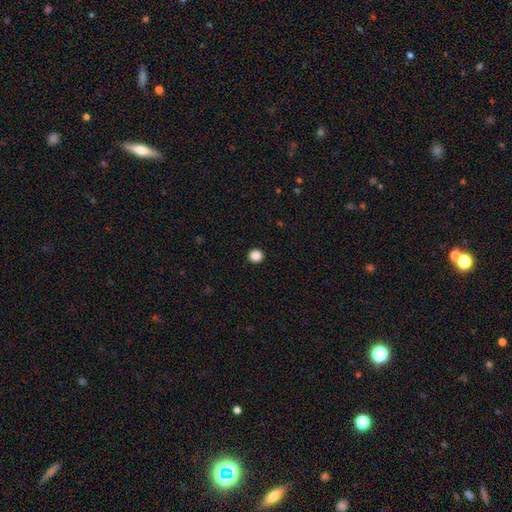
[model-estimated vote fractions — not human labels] smooth 87%, star or artifact 11%, featured or disk 3%. Down the decision tree: how rounded — round (95%); merging — none (94%).